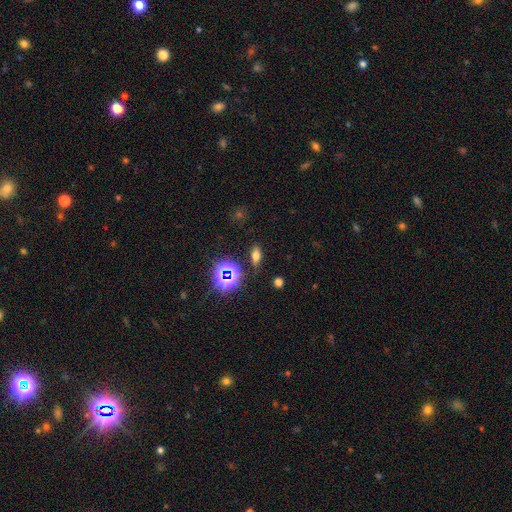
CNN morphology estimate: A smooth galaxy with no disk features (63%) that is in between round and cigar-shaped (76%).

Vote fractions:
- Smooth or featured? smooth: 63% / star or artifact: 26% / featured or disk: 11%
- How rounded? in between: 76% / cigar-shaped: 14% / round: 10%
- Merging? none: 85% / minor disturbance: 9% / major disturbance: 3% / merger: 2%